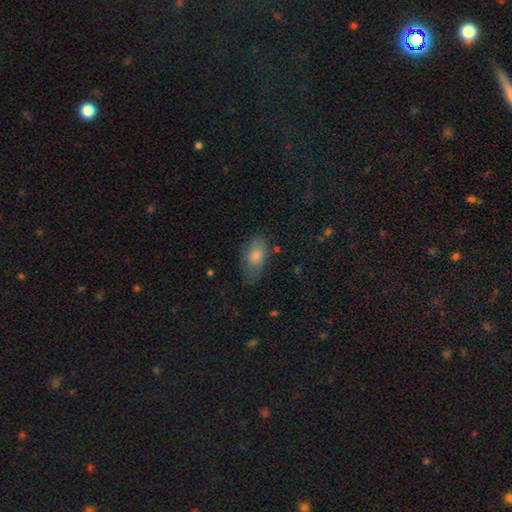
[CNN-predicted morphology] smooth 75%, featured or disk 16%, star or artifact 10%. Down the decision tree: how rounded — in between (90%); merging — none (69%).